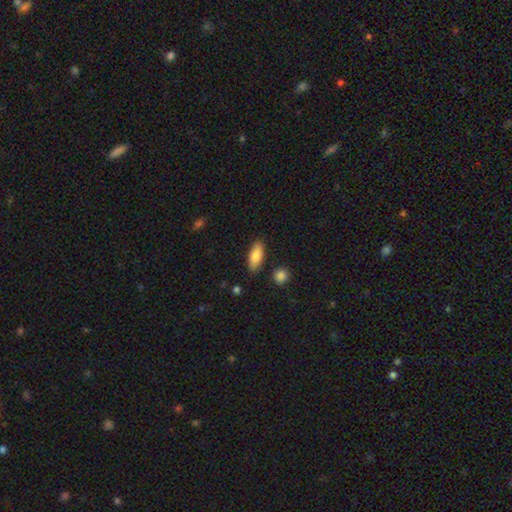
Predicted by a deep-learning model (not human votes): Smooth or featured? smooth (83%)
How rounded? in between (74%)
Merging? none (84%)